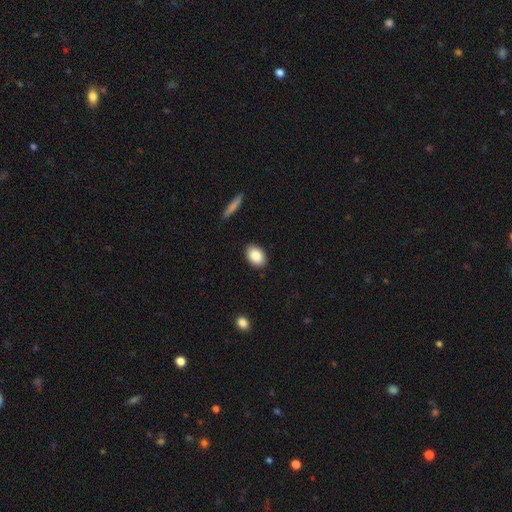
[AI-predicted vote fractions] A smooth galaxy with no disk features (87%) that is in between round and cigar-shaped (85%).

Vote fractions:
- Smooth or featured? smooth: 87% / star or artifact: 7% / featured or disk: 6%
- How rounded? in between: 85% / round: 14% / cigar-shaped: 1%
- Merging? none: 88% / minor disturbance: 8% / major disturbance: 2% / merger: 1%